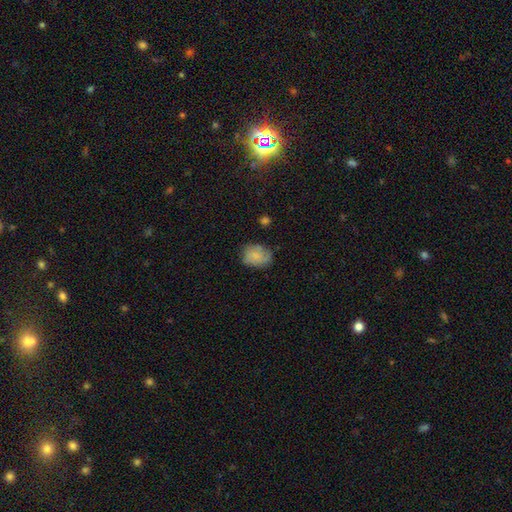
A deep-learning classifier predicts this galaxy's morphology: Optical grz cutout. It shows a smooth galaxy with no disk features (65%) that is in between round and cigar-shaped (61%). Merging: none (69%).